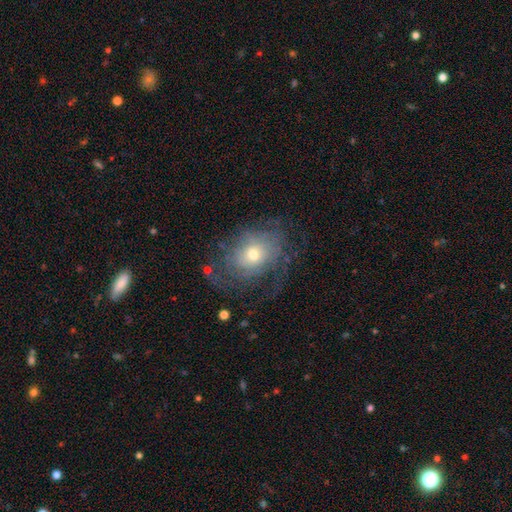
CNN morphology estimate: smooth-or-featured: featured or disk: 60% | smooth: 29% | star or artifact: 11%
  disk-edge-on: no: 95% | yes: 5%
    bar: no: 80% | weak: 16% | strong: 3%
    has-spiral-arms: yes: 71% | no: 29%
    bulge-size: moderate: 53% | small: 39% | large: 5% | dominant: 1% | none: 1%
  merging: none: 59% | minor disturbance: 20% | major disturbance: 19% | merger: 2%